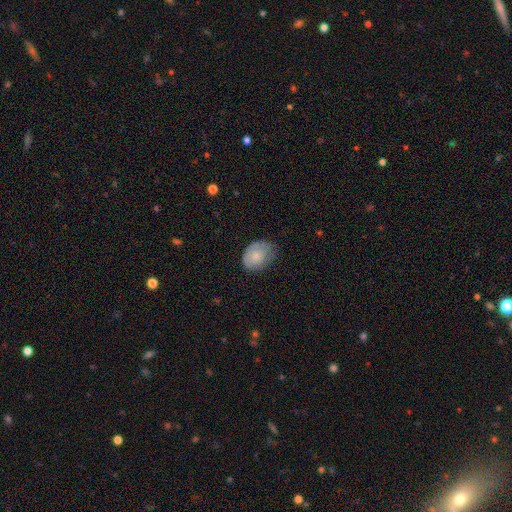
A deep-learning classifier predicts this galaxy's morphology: This appears to be a smooth galaxy with no disk features (78%) that is in between round and cigar-shaped (73%). Merging: none (57%).